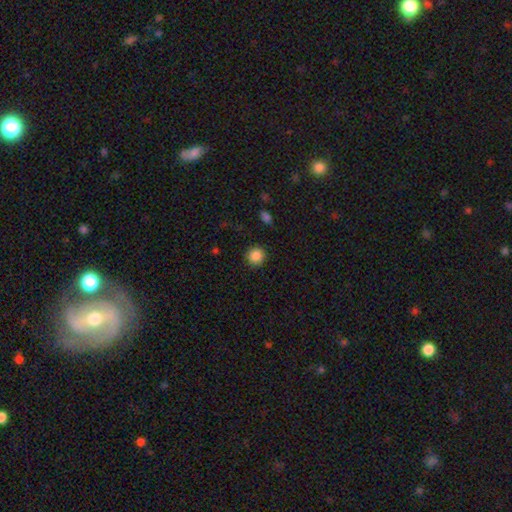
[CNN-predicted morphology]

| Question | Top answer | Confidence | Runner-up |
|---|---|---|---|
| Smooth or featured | smooth | 87% | star or artifact (10%) |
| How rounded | round | 93% | in between (6%) |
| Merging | none | 90% | minor disturbance (6%) |